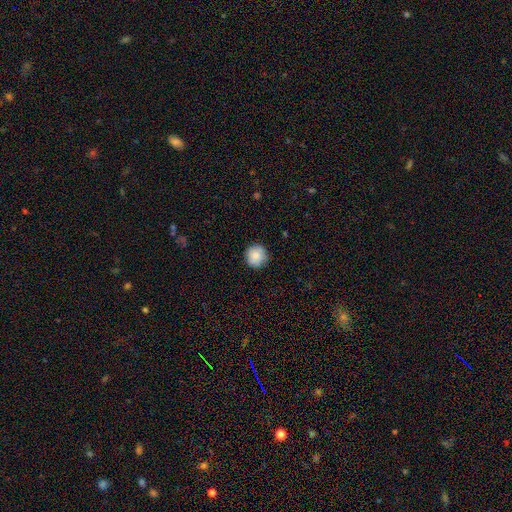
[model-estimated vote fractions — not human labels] Smooth or featured?
  - smooth: 84% *
  - star or artifact: 8%
  - featured or disk: 8%
How rounded?
  - round: 94% *
  - in between: 5%
  - cigar-shaped: 1%
Merging?
  - none: 87% *
  - minor disturbance: 10%
  - major disturbance: 2%
  - merger: 1%